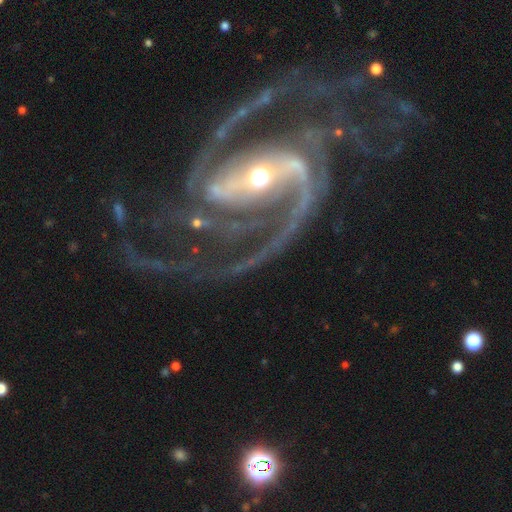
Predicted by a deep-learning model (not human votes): Smooth or featured: featured or disk — 94% (star or artifact — 4%)
Edge-on disk: no — 98% (yes — 2%)
Bar: strong — 63% (weak — 25%)
Spiral arms: yes — 99% (no — 1%)
Spiral winding: medium — 59% (tight — 23%)
Spiral arm count: 2 — 73% (3 — 9%)
Bulge size: moderate — 49% (small — 44%)
Merging: none — 57% (major disturbance — 22%)